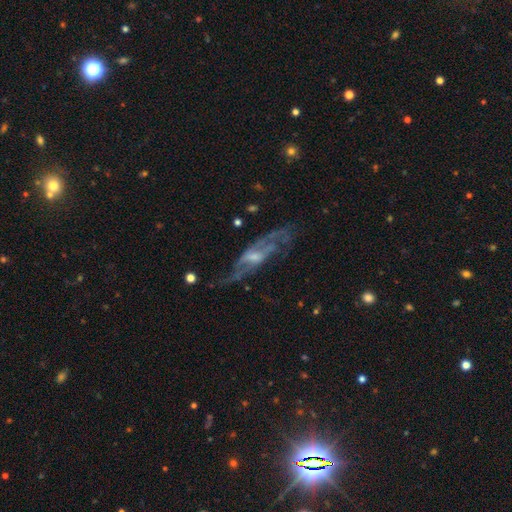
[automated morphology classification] A featured or disk galaxy (81%) with a weak bar (44%), 2 (62%) medium (44%) spiral arms (85%) and a small central bulge (46%). Merging: none (59%).